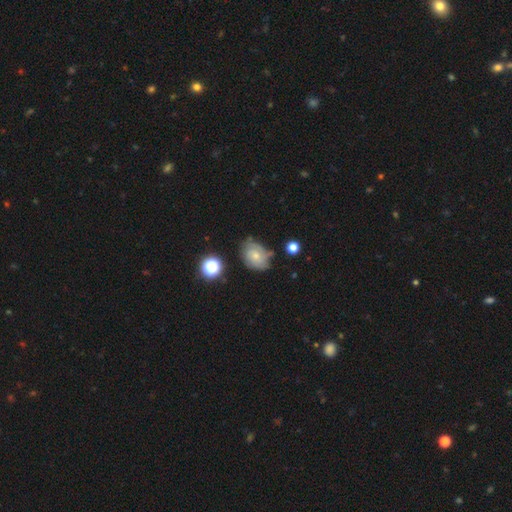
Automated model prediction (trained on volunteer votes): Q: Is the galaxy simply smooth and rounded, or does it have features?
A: smooth — 51%.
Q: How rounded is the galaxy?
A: in between — 62%.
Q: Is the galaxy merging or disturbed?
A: none — 54%.